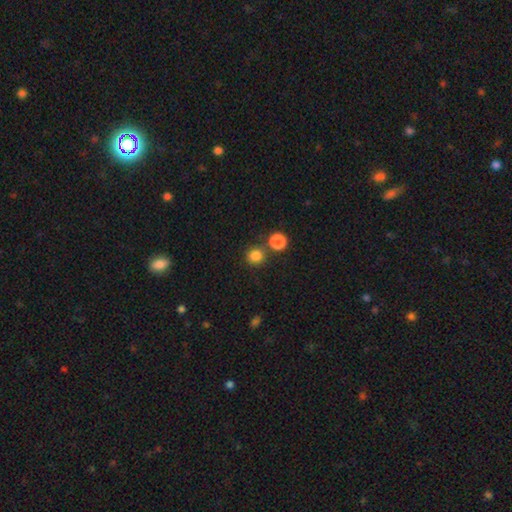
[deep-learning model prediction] This appears to be a smooth galaxy with no disk features (82%) that is round (91%). Merging: none (74%).